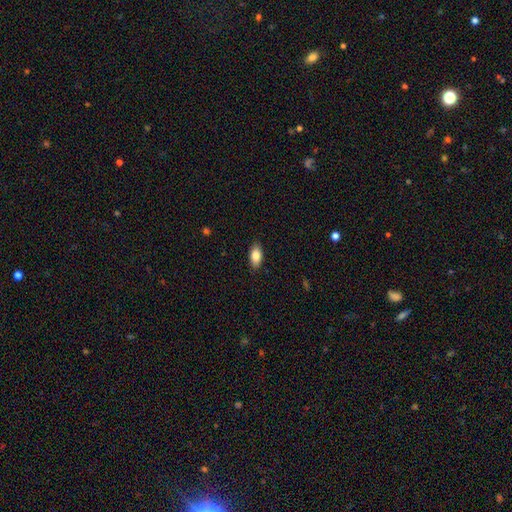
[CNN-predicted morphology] Q: Smooth or featured?
A: smooth (83%); runner-up: featured or disk (10%)
Q: How rounded?
A: in between (90%); runner-up: cigar-shaped (6%)
Q: Merging?
A: none (88%); runner-up: minor disturbance (9%)